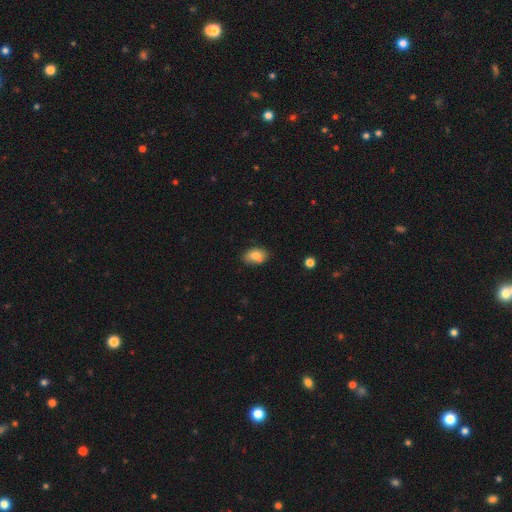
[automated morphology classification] This appears to be a smooth galaxy with no disk features (79%) that is in between round and cigar-shaped (81%). Merging: none (70%).